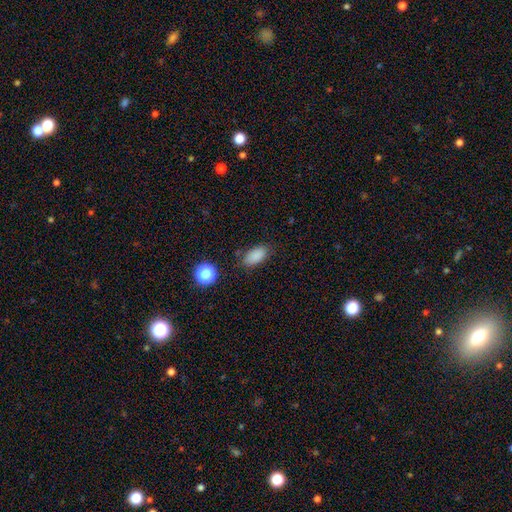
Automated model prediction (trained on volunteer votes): The model was most divided on "merging": none: 81%, minor disturbance: 13%, major disturbance: 4%, merger: 3%. More confident: how rounded — in between (89%); smooth or featured — smooth (85%).